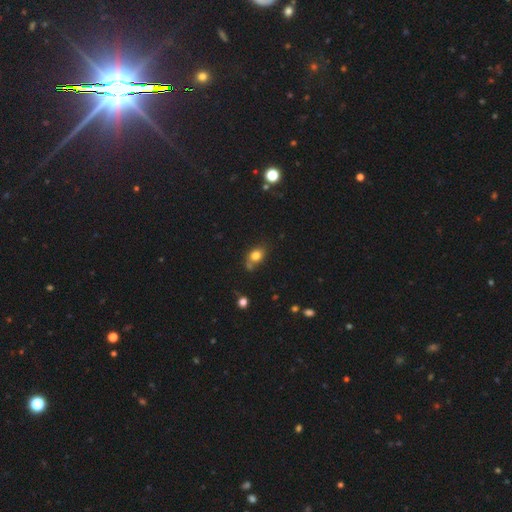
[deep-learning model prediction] This is likely a smooth galaxy (78%). How rounded: likely in between (63%). Merging: possibly none (59%).